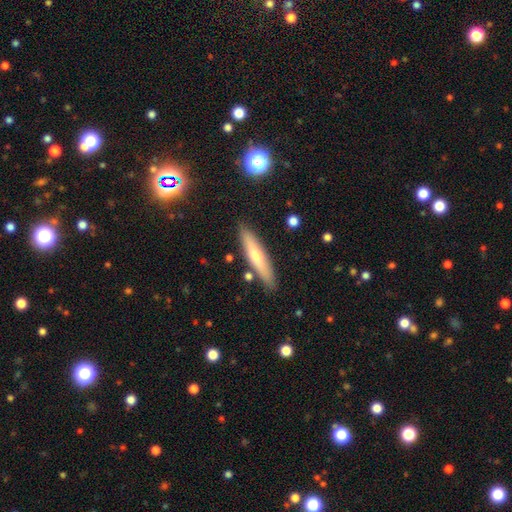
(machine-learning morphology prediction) smooth 55%, featured or disk 38%, star or artifact 7%. Down the decision tree: how rounded — cigar-shaped (86%); merging — none (86%).